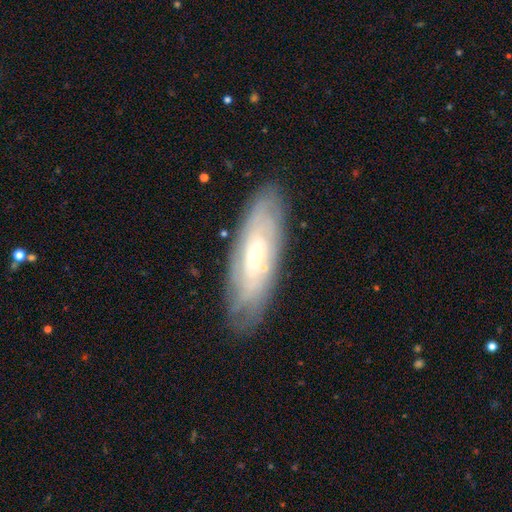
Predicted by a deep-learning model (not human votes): A featured or disk galaxy (69%) with no bar (67%), spiral arms (78%) and a small central bulge (65%).

Vote fractions:
- Smooth or featured? featured or disk: 69% / smooth: 24% / star or artifact: 7%
- Edge-on disk? no: 80% / yes: 20%
- Bar? no: 67% / weak: 26% / strong: 8%
- Spiral arms? yes: 78% / no: 22%
- Bulge size? small: 65% / moderate: 30% / large: 2% / none: 1% / dominant: 1%
- Merging? none: 81% / minor disturbance: 13% / major disturbance: 3% / merger: 2%